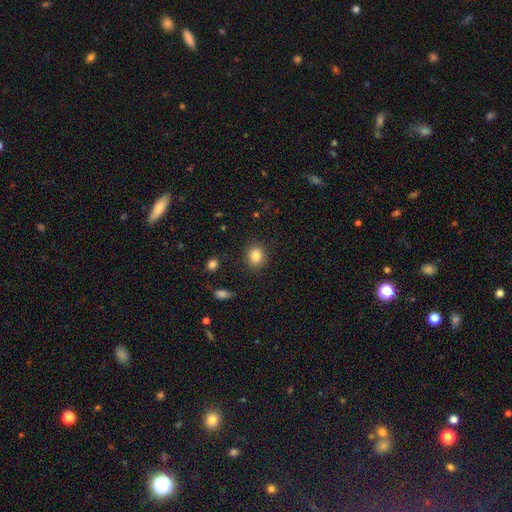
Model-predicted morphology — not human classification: Smooth or featured? smooth (84%)
How rounded? round (73%)
Merging? none (89%)